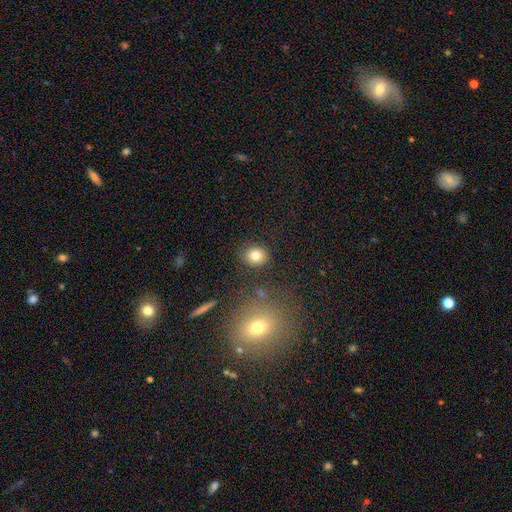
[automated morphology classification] type=smooth (80%); roundness=round (66%); merging=none (85%).